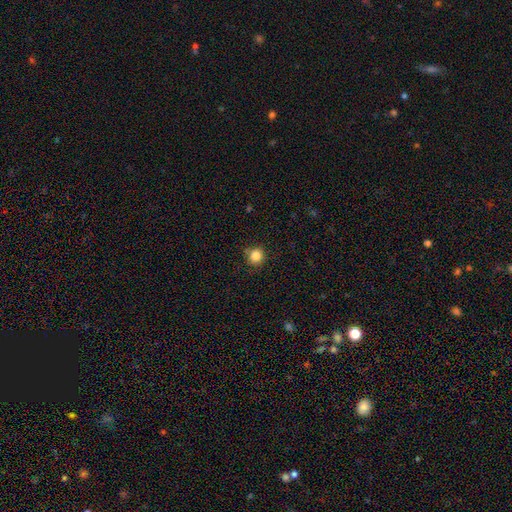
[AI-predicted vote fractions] Overall: smooth (84%). How rounded: round (91%). Merging: none (83%).